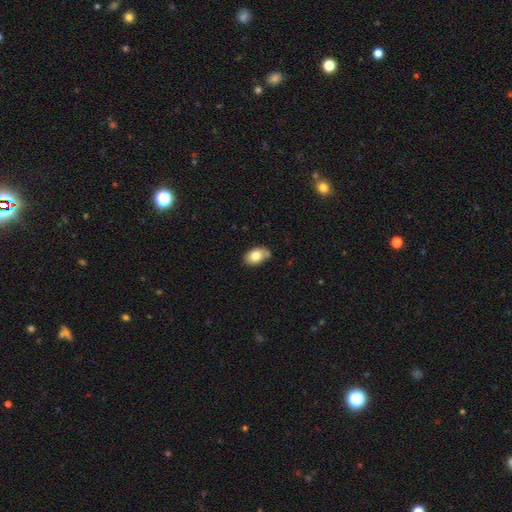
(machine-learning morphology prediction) type=smooth (78%); roundness=in between (88%); merging=none (74%).